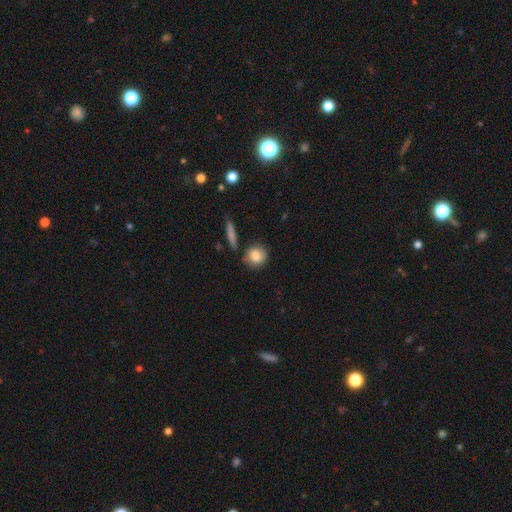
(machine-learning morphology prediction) This is clearly a smooth galaxy (84%). How rounded: clearly round (81%). Merging: likely none (77%).